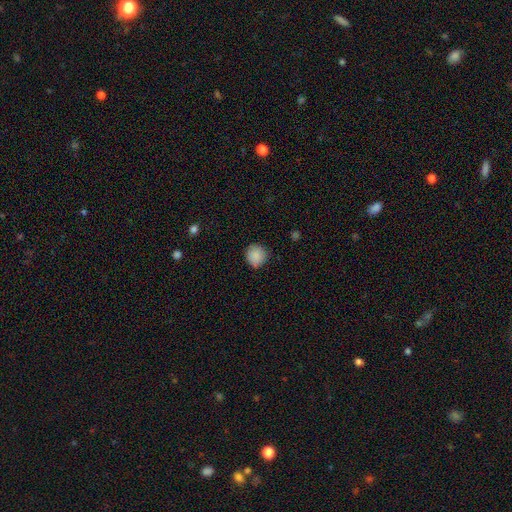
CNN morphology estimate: smooth 88%, star or artifact 8%, featured or disk 4%. Down the decision tree: how rounded — round (90%); merging — none (85%).